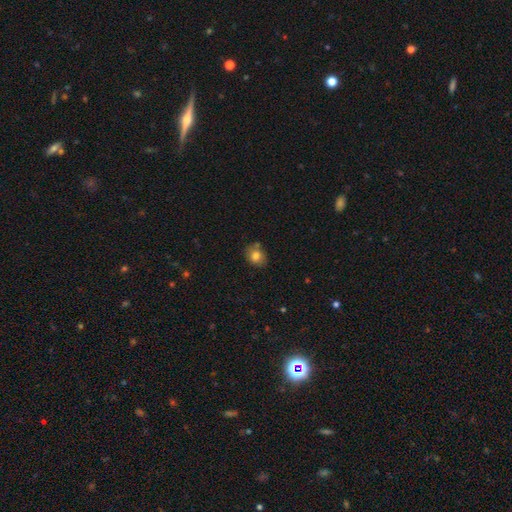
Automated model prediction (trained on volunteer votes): Overall: smooth (79%). How rounded: round (51%; in between 48%). Merging: none (71%).